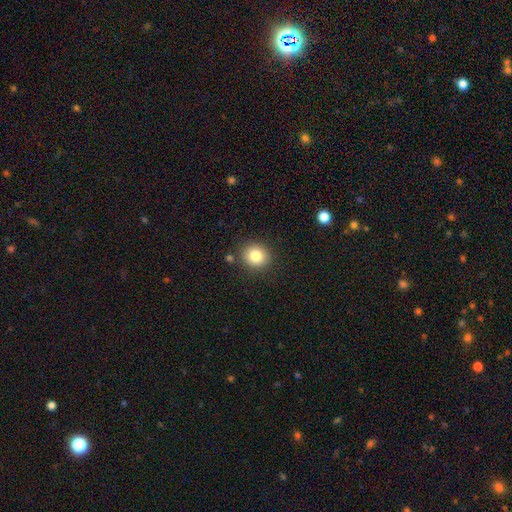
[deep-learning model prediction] smooth 82%, star or artifact 10%, featured or disk 8%. Down the decision tree: how rounded — round (83%); merging — none (86%).